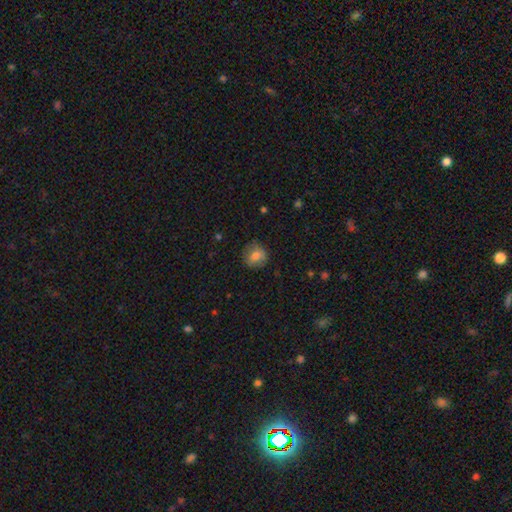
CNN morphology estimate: smooth 75%, featured or disk 16%, star or artifact 9%. Down the decision tree: how rounded — round (84%); merging — none (81%).